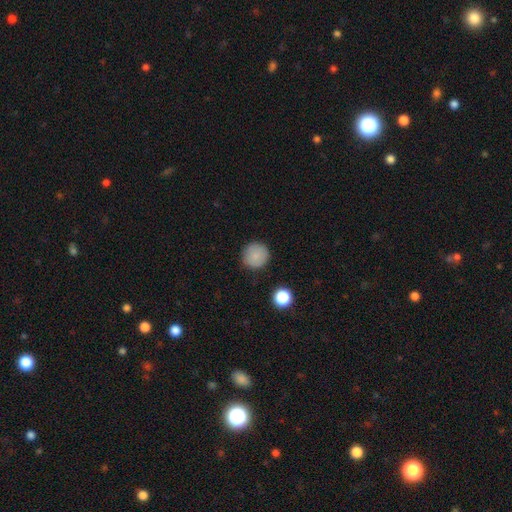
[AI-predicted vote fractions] Smooth or featured? smooth (85%)
How rounded? round (95%)
Merging? none (89%)